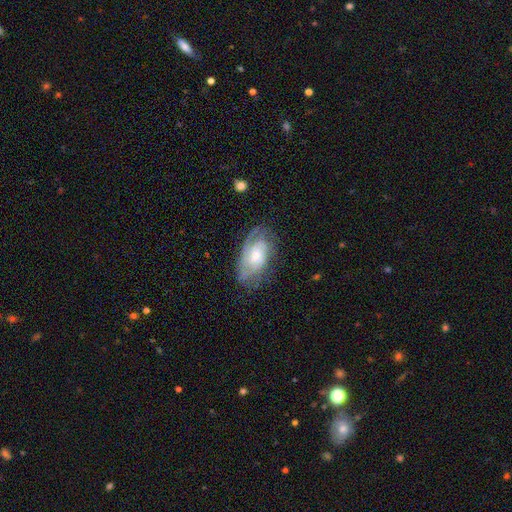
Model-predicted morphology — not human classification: featured or disk 75%, smooth 19%, star or artifact 6%. Down the decision tree: edge-on disk — no (95%); bar — no (57%); spiral arms — yes (90%); spiral arm count — can't tell (37%); spiral winding — tight (52%); bulge size — small (48%); merging — none (63%).